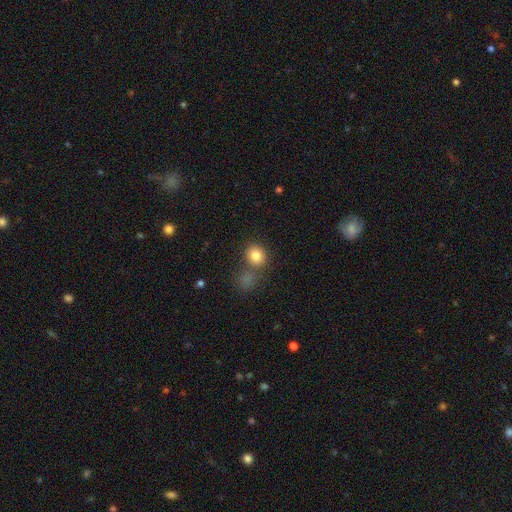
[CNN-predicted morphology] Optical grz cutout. It shows a smooth galaxy with no disk features (82%) that is round (77%). Merging: none (65%).